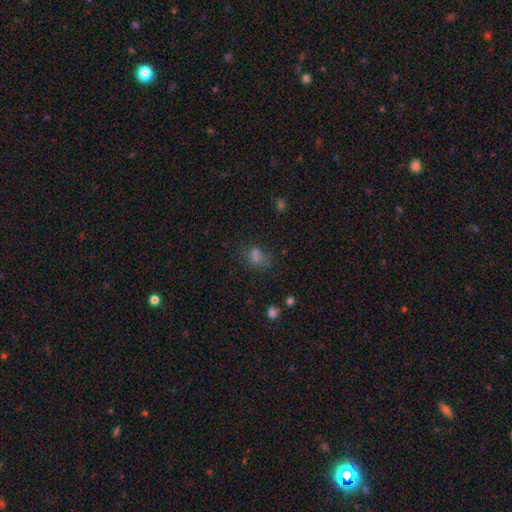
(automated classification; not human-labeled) Overall: smooth (63%). How rounded: in between (56%; round 42%). Merging: none (48%; merger 27%).